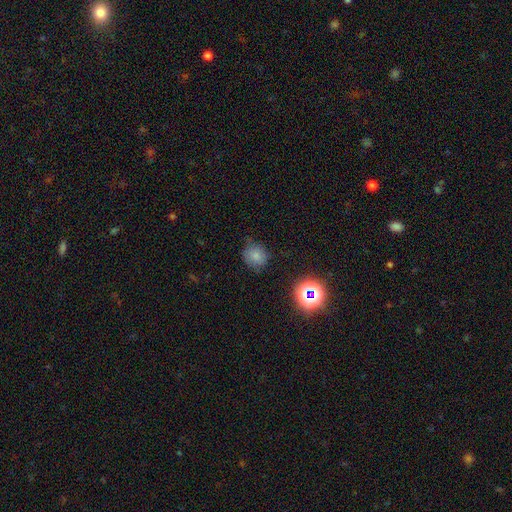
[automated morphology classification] type=smooth (75%); roundness=round (79%); merging=none (74%).